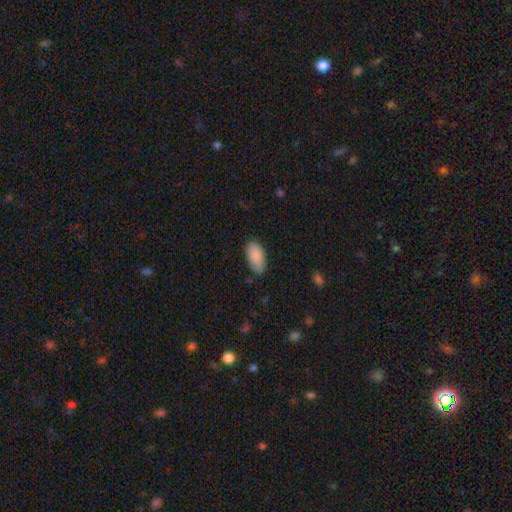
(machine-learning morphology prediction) Smooth or featured: smooth — 89% (star or artifact — 6%)
How rounded: in between — 94% (cigar-shaped — 3%)
Merging: none — 80% (minor disturbance — 15%)